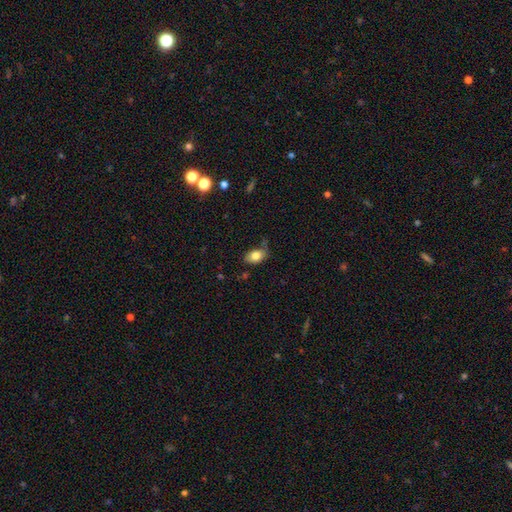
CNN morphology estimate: This appears to be a smooth galaxy with no disk features (80%) that is in between round and cigar-shaped (83%). Merging: none (59%).